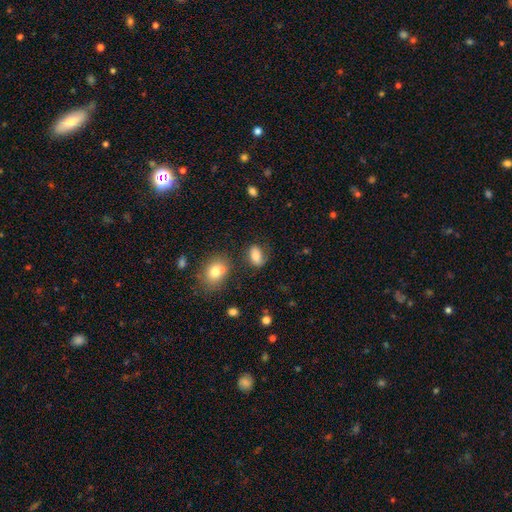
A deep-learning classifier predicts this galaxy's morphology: type=smooth (67%); roundness=in between (82%); merging=none (60%).